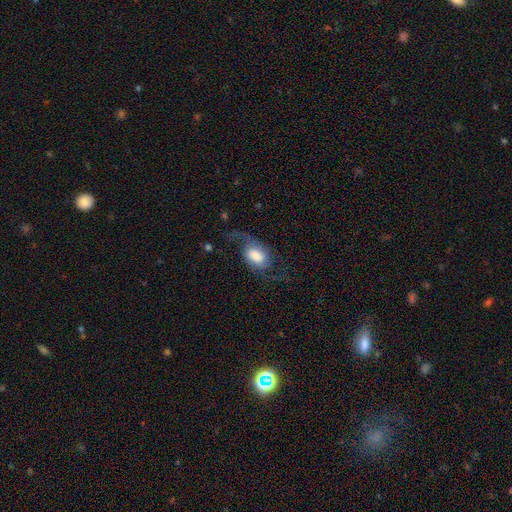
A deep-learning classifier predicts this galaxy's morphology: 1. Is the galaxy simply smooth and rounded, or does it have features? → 64% featured or disk, 29% smooth, 8% star or artifact.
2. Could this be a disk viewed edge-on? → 96% no, 4% yes.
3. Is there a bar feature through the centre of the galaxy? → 48% no, 40% weak, 12% strong.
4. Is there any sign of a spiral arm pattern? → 92% yes, 8% no.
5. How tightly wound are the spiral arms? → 75% loose, 20% medium, 5% tight.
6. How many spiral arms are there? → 87% 2, 7% 1, 3% can't tell, 1% 3, 1% 4, 1% more than 4.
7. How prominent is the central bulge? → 38% large, 31% moderate, 14% dominant, 11% small, 5% none.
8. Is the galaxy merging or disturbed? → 53% none, 27% major disturbance, 18% minor disturbance, 2% merger.